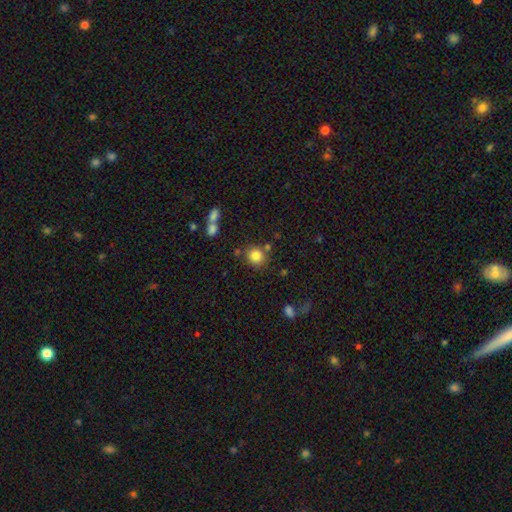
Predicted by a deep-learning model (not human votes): Smooth or featured?
  - smooth: 83% *
  - star or artifact: 11%
  - featured or disk: 6%
How rounded?
  - round: 86% *
  - in between: 13%
  - cigar-shaped: 1%
Merging?
  - none: 76% *
  - minor disturbance: 11%
  - merger: 9%
  - major disturbance: 4%